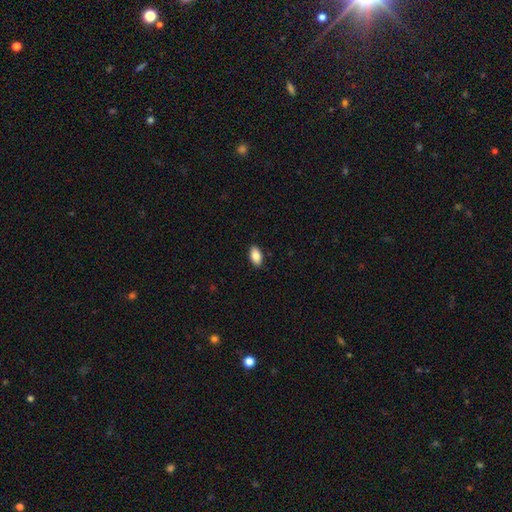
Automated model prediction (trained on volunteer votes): This is clearly a smooth galaxy (87%). How rounded: clearly in between (93%). Merging: clearly none (89%).